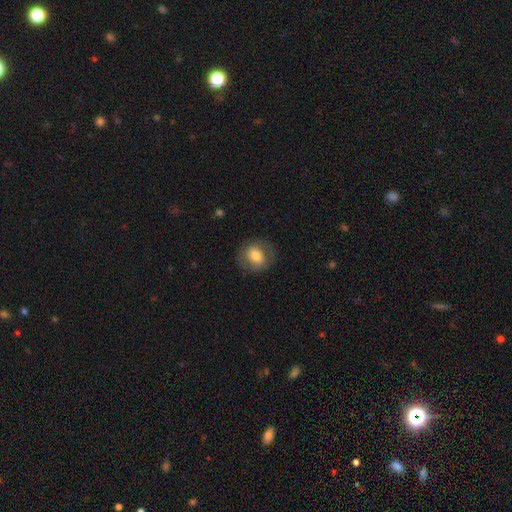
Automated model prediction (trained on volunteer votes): smooth_or_featured: smooth (p=0.67) [alt: featured or disk p=0.25]
how_rounded: round (p=0.74) [alt: in between p=0.25]
merging: none (p=0.80) [alt: minor disturbance p=0.13]